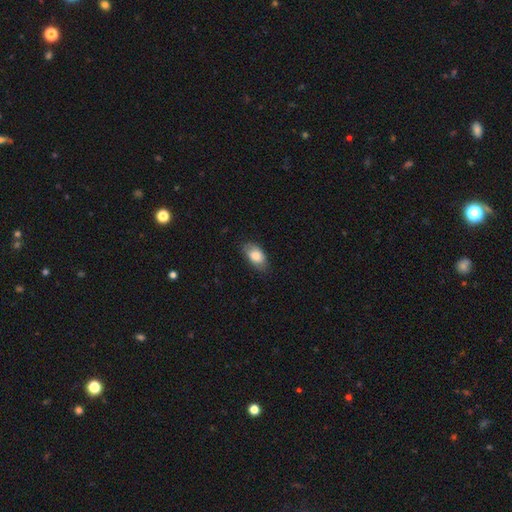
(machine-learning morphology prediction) Smooth or featured: smooth — 80% (featured or disk — 13%)
How rounded: in between — 92% (round — 6%)
Merging: none — 75% (minor disturbance — 20%)